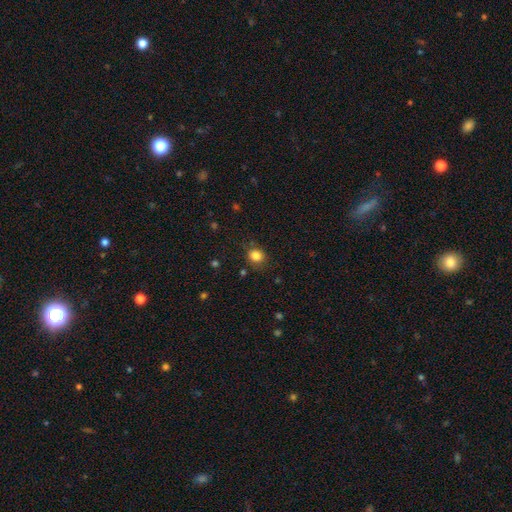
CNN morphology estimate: Smooth or featured? Predicted: smooth (p=0.84). How rounded? Predicted: round (p=0.74). Merging? Predicted: none (p=0.80).